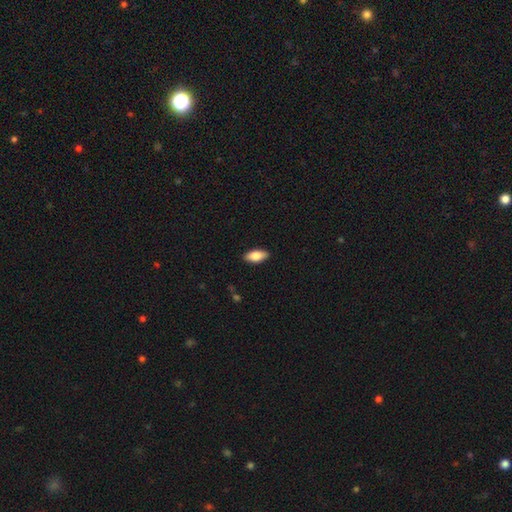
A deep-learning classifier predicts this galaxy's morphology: type=smooth (81%); roundness=in between (88%); merging=none (89%).